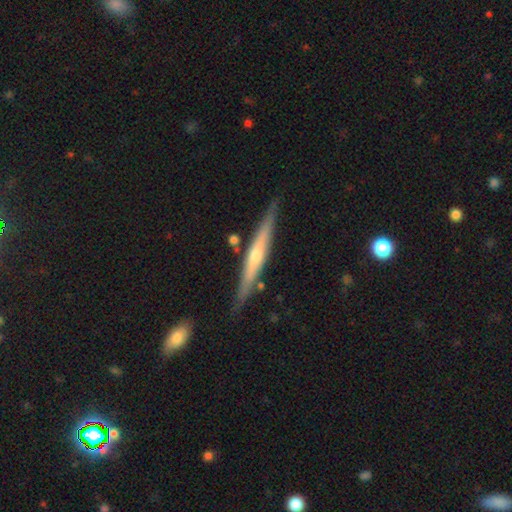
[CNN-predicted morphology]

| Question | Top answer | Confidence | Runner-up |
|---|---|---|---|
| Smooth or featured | featured or disk | 72% | smooth (22%) |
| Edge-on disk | yes | 96% | no (4%) |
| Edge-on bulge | rounded | 68% | none (26%) |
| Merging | none | 86% | minor disturbance (10%) |